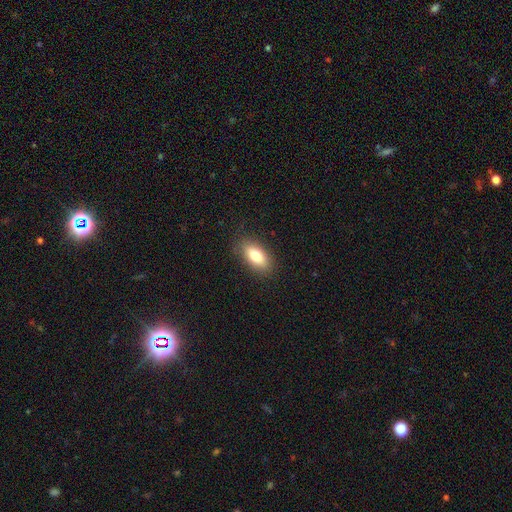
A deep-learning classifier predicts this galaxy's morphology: type=smooth (79%); roundness=in between (84%); merging=none (86%).